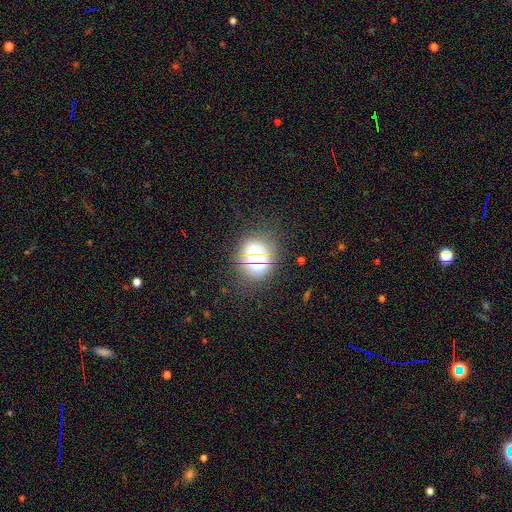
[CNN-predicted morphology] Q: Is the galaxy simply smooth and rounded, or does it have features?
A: smooth — 53%.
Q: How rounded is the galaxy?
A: round — 74%.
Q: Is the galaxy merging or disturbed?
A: none — 70%.